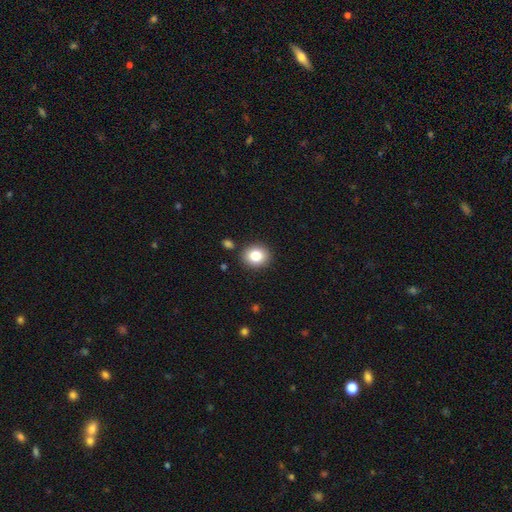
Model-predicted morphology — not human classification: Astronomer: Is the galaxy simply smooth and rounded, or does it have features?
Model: smooth — 83%.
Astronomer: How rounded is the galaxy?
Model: round — 73%.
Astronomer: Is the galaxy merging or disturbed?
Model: none — 88%.